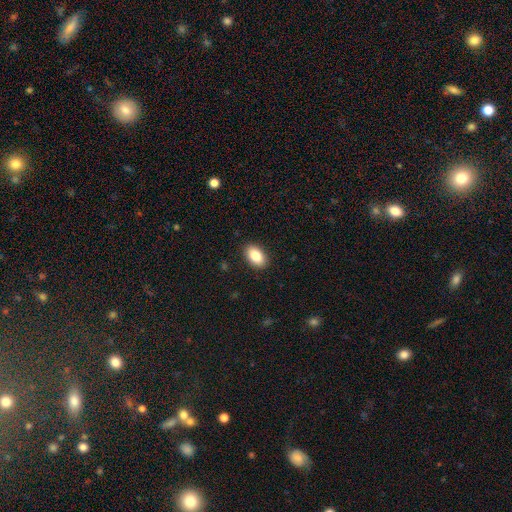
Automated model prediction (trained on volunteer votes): This appears to be a smooth galaxy with no disk features (85%) that is in between round and cigar-shaped (92%). Merging: none (90%).